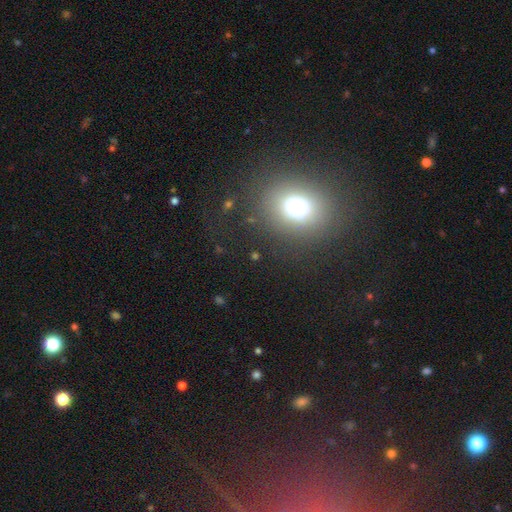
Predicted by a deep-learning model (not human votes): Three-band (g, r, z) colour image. It shows a smooth galaxy with no disk features (60%) that is round (54%). Merging: none (75%).